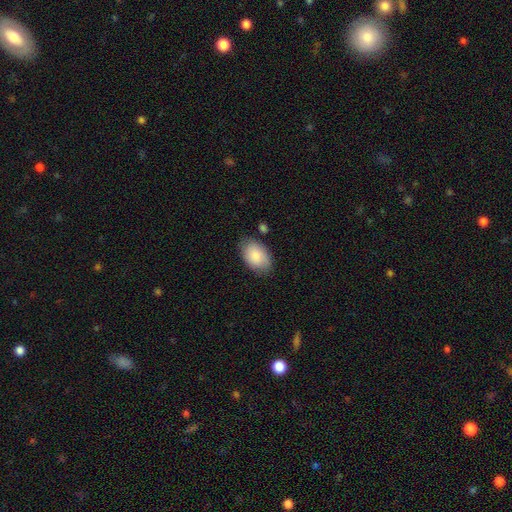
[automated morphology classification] type=smooth (85%); roundness=in between (90%); merging=none (77%).